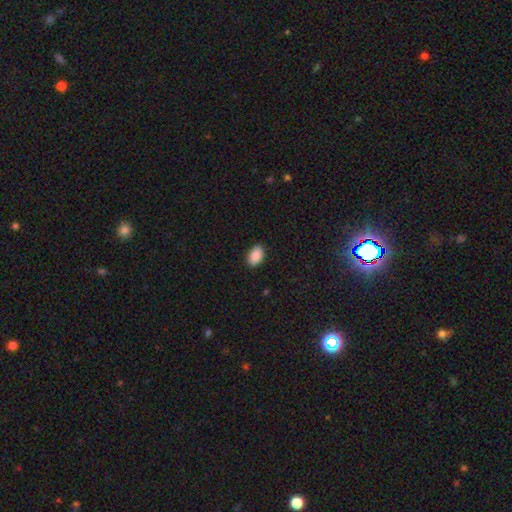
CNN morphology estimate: Smooth or featured? Predicted: smooth (p=0.90). How rounded? Predicted: in between (p=0.91). Merging? Predicted: none (p=0.89).